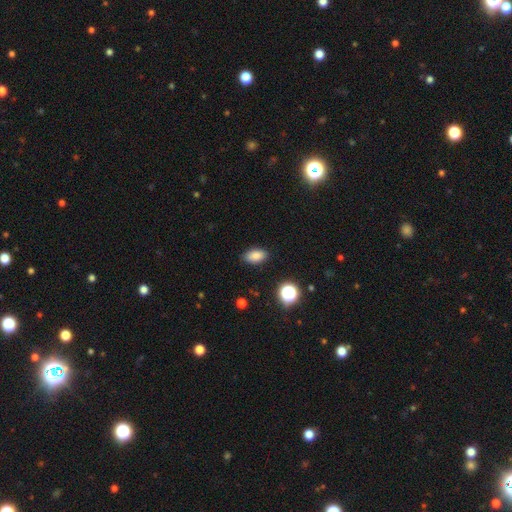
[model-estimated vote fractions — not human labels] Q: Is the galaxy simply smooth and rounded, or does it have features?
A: smooth — 83%.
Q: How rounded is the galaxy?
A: in between — 90%.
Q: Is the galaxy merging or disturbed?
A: none — 86%.